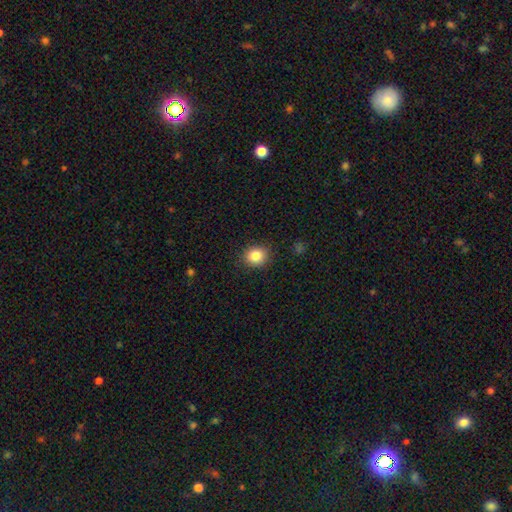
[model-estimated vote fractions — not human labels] Smooth or featured? Predicted: smooth (p=0.84). How rounded? Predicted: round (p=0.77). Merging? Predicted: none (p=0.89).